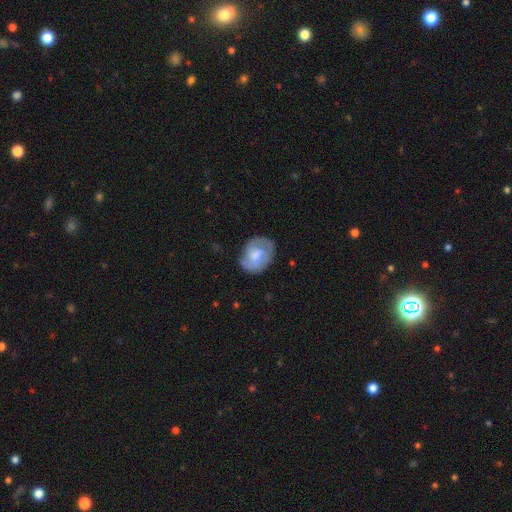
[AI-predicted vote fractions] This appears to be a smooth galaxy with no disk features (47%). Merging: none (68%).